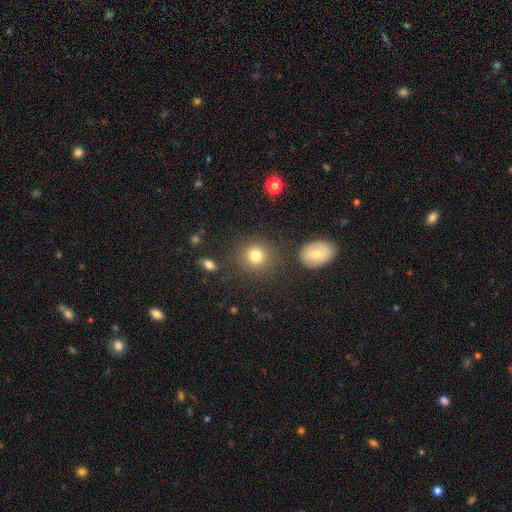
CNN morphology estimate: type=smooth (81%); roundness=round (87%); merging=none (82%).